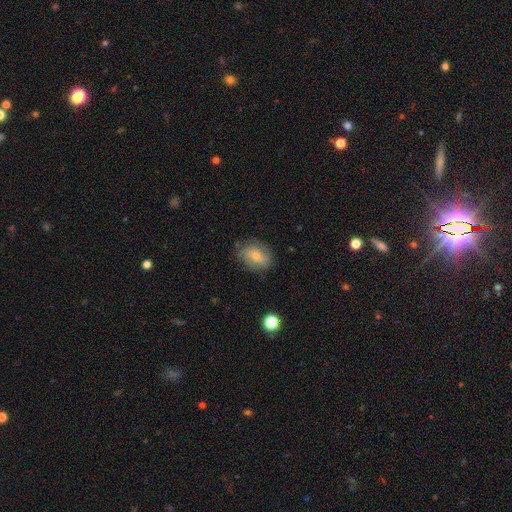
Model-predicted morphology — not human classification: Smooth or featured? smooth (50%)
How rounded? in between (72%)
Merging? none (75%)